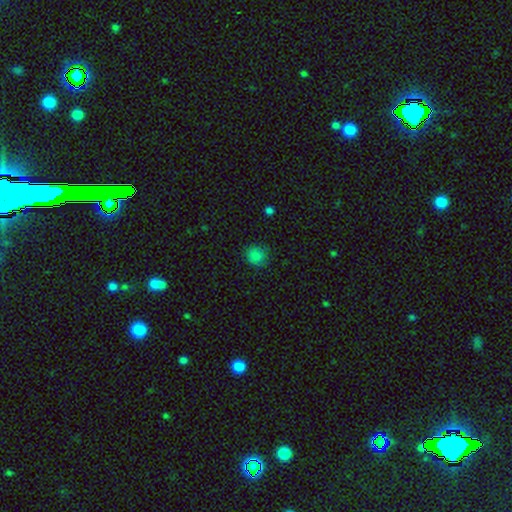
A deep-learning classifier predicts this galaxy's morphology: Overall: smooth (84%). How rounded: round (87%). Merging: none (85%).